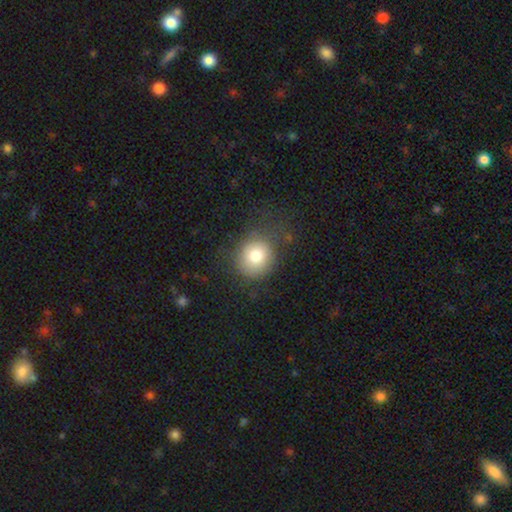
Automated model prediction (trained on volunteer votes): Smooth or featured? smooth (80%)
How rounded? round (82%)
Merging? none (71%)